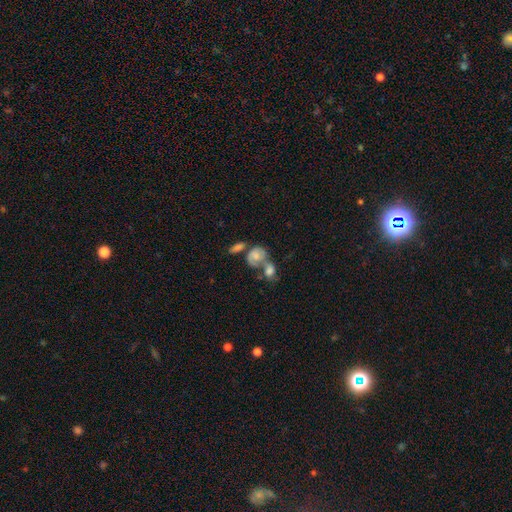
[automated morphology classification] The model was most divided on "how rounded": round: 54%, in between: 43%, cigar-shaped: 2%. More confident: smooth or featured — smooth (57%); merging — merger (52%).